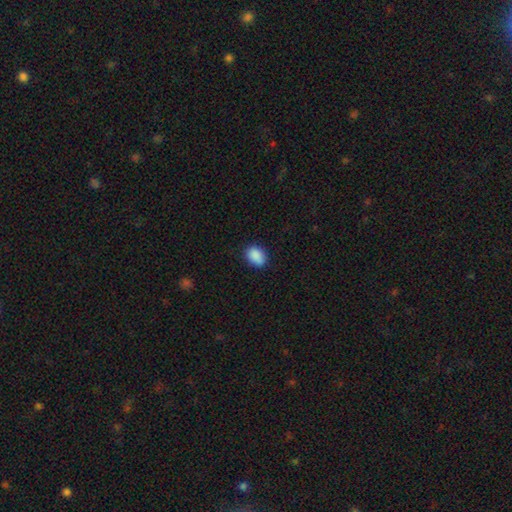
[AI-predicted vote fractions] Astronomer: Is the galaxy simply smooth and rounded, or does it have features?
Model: smooth — 88%.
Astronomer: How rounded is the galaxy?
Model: in between — 70%.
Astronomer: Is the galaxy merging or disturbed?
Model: none — 77%.